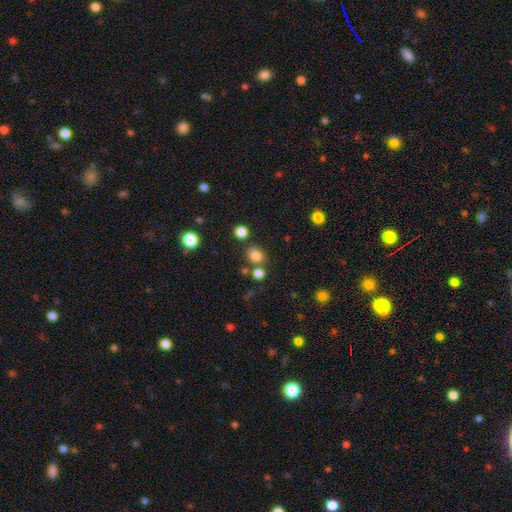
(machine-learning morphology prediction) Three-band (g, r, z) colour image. It shows a smooth galaxy with no disk features (81%) that is round (61%). Merging: none (72%).